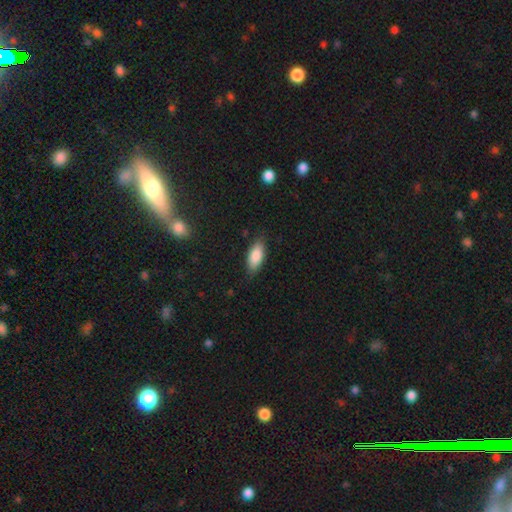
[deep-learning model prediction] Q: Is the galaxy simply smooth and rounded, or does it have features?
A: smooth — 86%.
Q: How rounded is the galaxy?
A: in between — 85%.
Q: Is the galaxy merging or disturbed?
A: none — 81%.